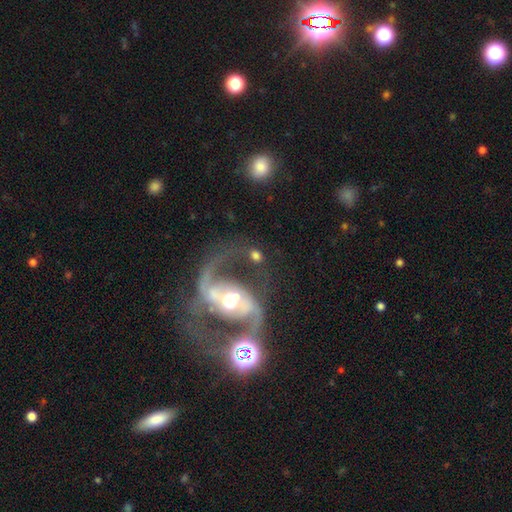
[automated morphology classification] Overall: featured or disk (59%; smooth 31%). Edge-on disk: no (95%). Bar: no (36%; weak 34%). Spiral arms: yes (81%). Bulge size: moderate (58%; large 19%). Merging: none (49%; merger 21%).